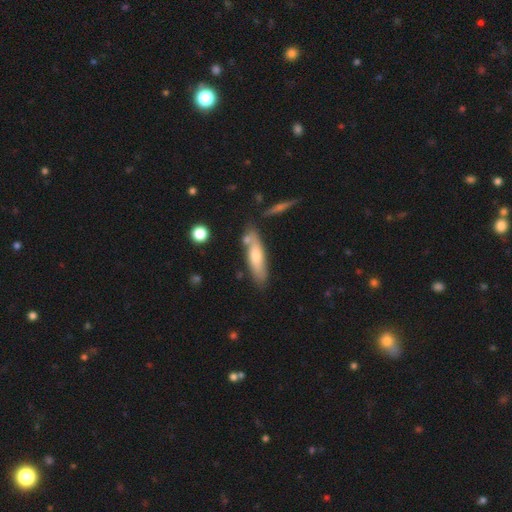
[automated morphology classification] smooth-or-featured: smooth: 49% | featured or disk: 43% | star or artifact: 8%
  merging: none: 73% | minor disturbance: 15% | merger: 9% | major disturbance: 3%